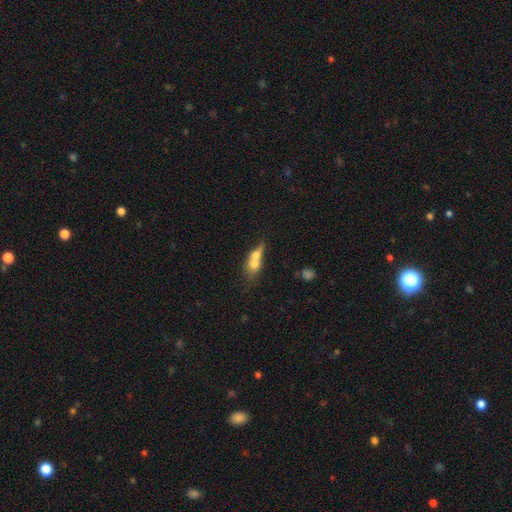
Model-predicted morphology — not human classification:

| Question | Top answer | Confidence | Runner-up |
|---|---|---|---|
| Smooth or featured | smooth | 62% | featured or disk (30%) |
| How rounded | in between | 52% | round (31%) |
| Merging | merger | 67% | none (20%) |